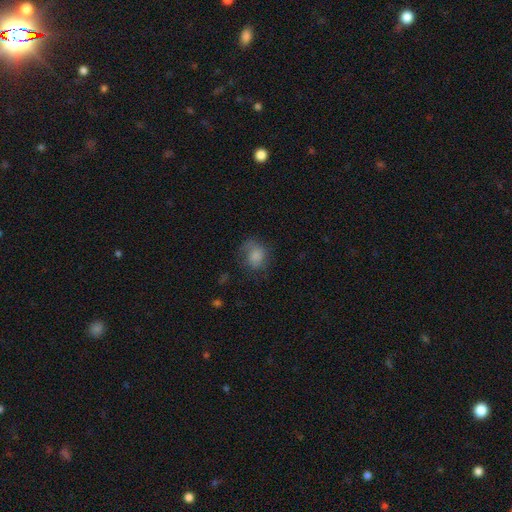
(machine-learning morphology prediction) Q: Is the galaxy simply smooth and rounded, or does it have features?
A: smooth — 72%.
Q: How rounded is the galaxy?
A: round — 60%.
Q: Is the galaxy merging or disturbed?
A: none — 51%.